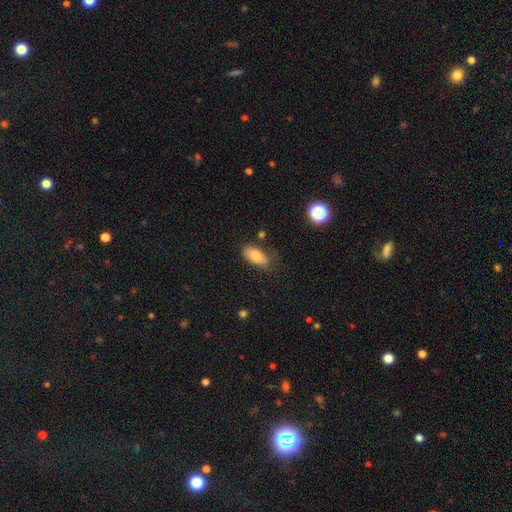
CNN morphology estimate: A smooth galaxy with no disk features (77%) that is in between round and cigar-shaped (91%).

Vote fractions:
- Smooth or featured? smooth: 77% / featured or disk: 16% / star or artifact: 8%
- How rounded? in between: 91% / cigar-shaped: 6% / round: 4%
- Merging? none: 61% / minor disturbance: 27% / major disturbance: 8% / merger: 3%